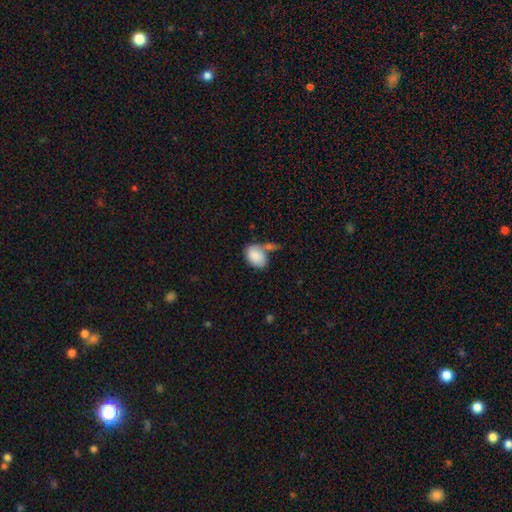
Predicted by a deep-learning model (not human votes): This is clearly a smooth galaxy (85%). How rounded: clearly in between (81%). Merging: marginally none (44%).